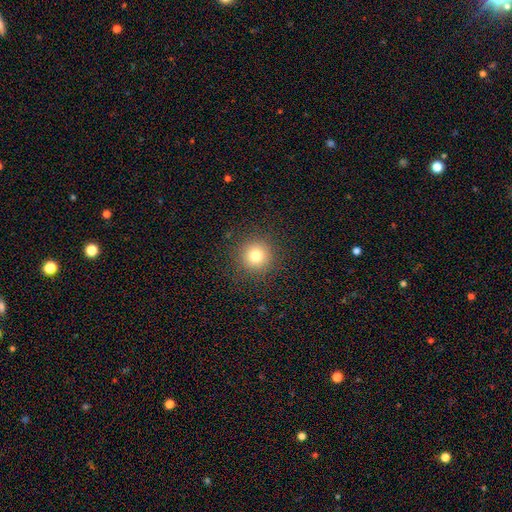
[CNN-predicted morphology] This appears to be a smooth galaxy with no disk features (79%) that is round (96%). Merging: none (90%).